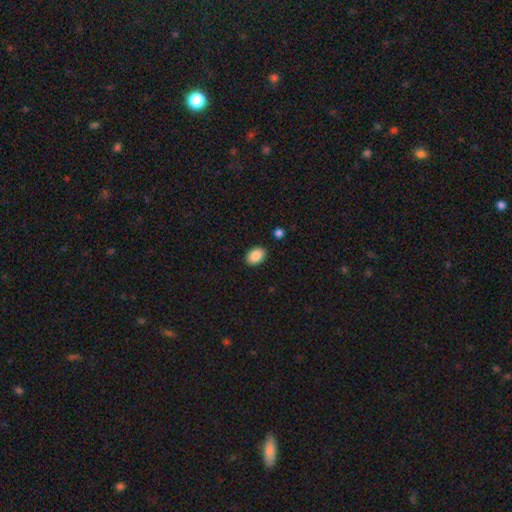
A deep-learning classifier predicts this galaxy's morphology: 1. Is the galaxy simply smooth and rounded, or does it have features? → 88% smooth, 7% star or artifact, 5% featured or disk.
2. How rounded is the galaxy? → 85% in between, 14% round, 1% cigar-shaped.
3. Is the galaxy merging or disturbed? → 88% none, 8% minor disturbance, 2% major disturbance, 2% merger.